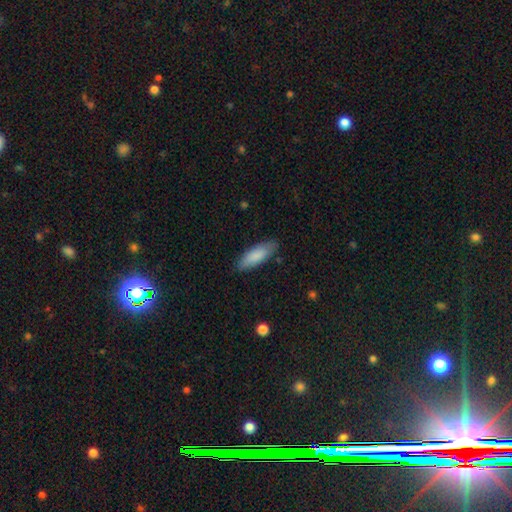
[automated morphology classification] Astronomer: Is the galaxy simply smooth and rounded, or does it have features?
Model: smooth — 85%.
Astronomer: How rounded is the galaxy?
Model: in between — 59% (runner-up: cigar-shaped, 39%).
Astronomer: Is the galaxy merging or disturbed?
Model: none — 84%.